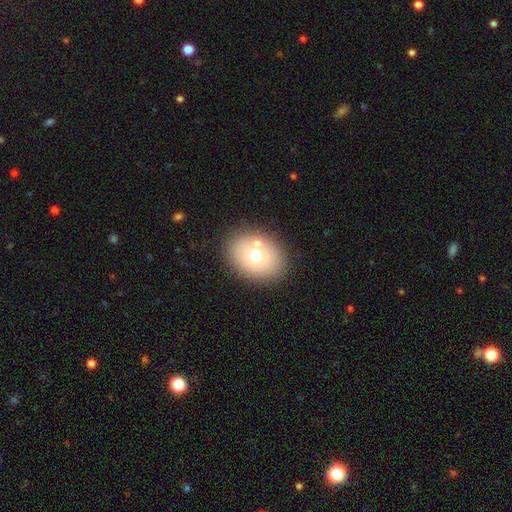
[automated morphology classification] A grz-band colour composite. It shows a smooth galaxy with no disk features (68%) that is in between round and cigar-shaped (56%). Merging: none (79%).